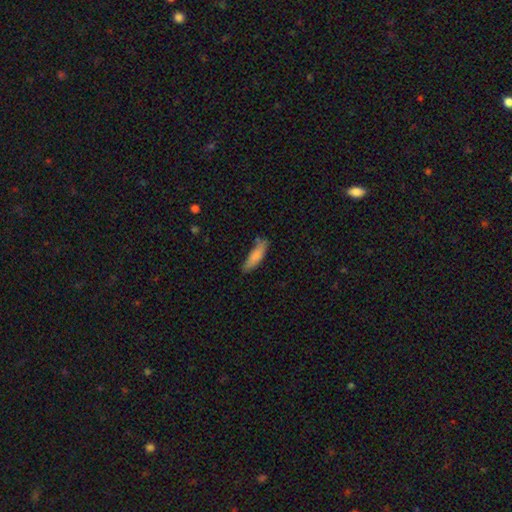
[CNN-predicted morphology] Smooth or featured? Predicted: smooth (p=0.83). How rounded? Predicted: cigar-shaped (p=0.57). Merging? Predicted: none (p=0.70).